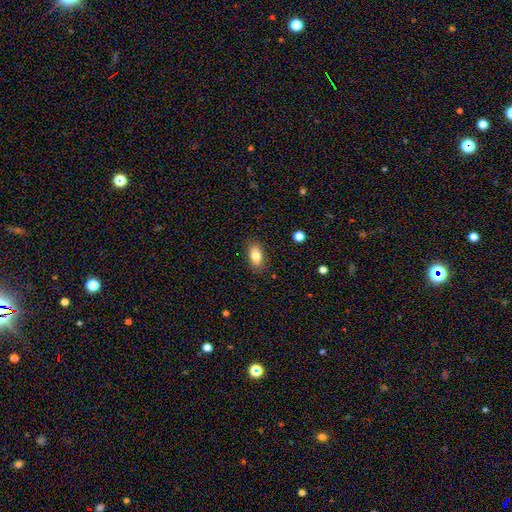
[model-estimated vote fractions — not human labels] Morphology: type=smooth (81%); roundness=in between (88%); merging=none (86%).